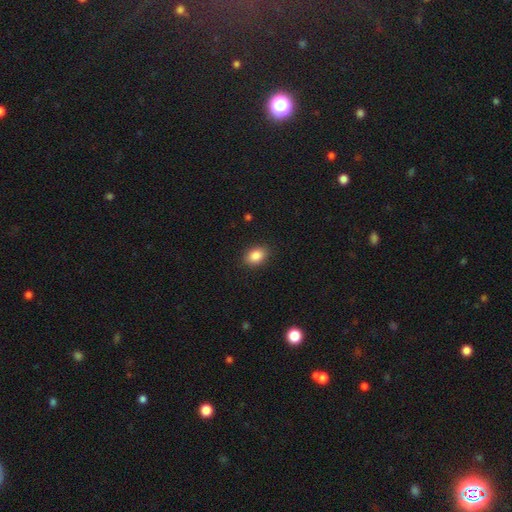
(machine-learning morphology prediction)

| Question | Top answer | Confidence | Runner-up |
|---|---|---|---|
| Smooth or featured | smooth | 87% | star or artifact (8%) |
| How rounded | in between | 76% | round (22%) |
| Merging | none | 89% | minor disturbance (8%) |